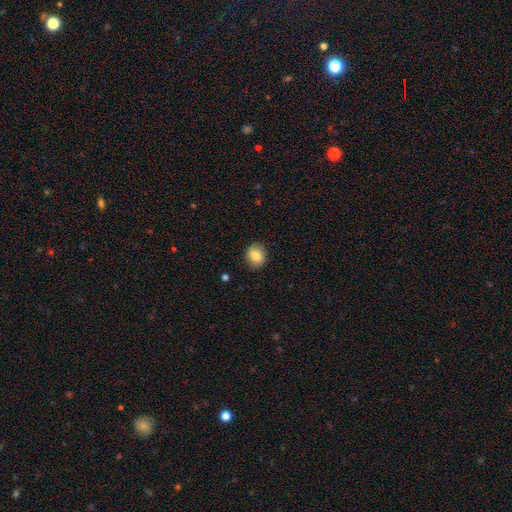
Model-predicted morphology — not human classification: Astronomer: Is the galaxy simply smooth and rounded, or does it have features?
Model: smooth — 82%.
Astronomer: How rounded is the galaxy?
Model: round — 67%.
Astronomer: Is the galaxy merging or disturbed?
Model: none — 89%.